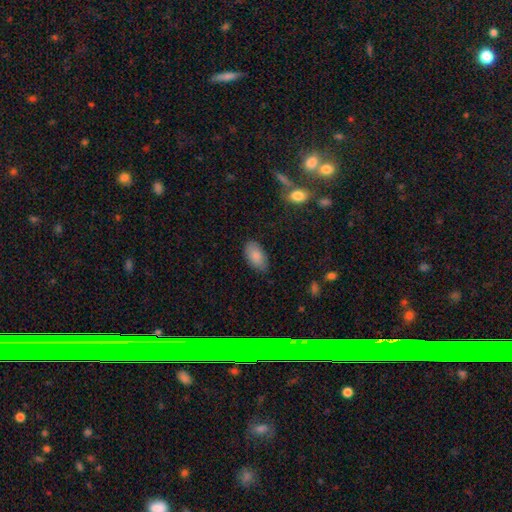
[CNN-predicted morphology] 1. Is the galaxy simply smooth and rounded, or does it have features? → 85% smooth, 9% featured or disk, 7% star or artifact.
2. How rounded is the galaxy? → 94% in between, 4% round, 2% cigar-shaped.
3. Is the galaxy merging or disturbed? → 82% none, 14% minor disturbance, 3% major disturbance, 1% merger.